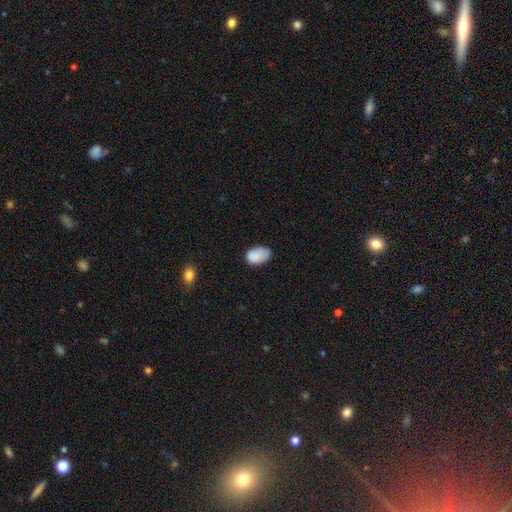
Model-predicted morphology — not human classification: Q: Smooth or featured?
A: smooth (85%); runner-up: star or artifact (8%)
Q: How rounded?
A: in between (89%); runner-up: round (10%)
Q: Merging?
A: none (57%); runner-up: minor disturbance (33%)